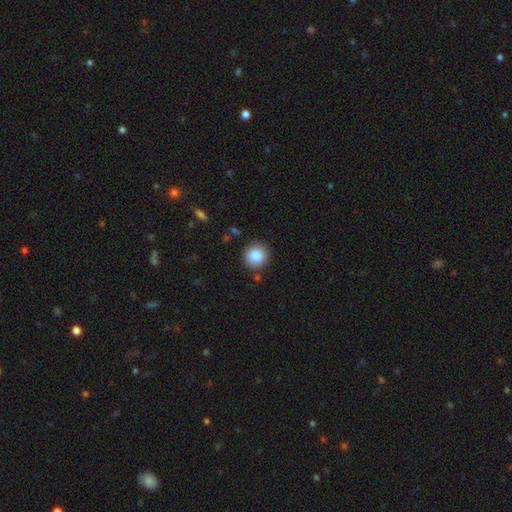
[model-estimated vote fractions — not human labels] Q: Smooth or featured?
A: smooth (87%); runner-up: star or artifact (8%)
Q: How rounded?
A: round (92%); runner-up: in between (7%)
Q: Merging?
A: none (86%); runner-up: minor disturbance (9%)